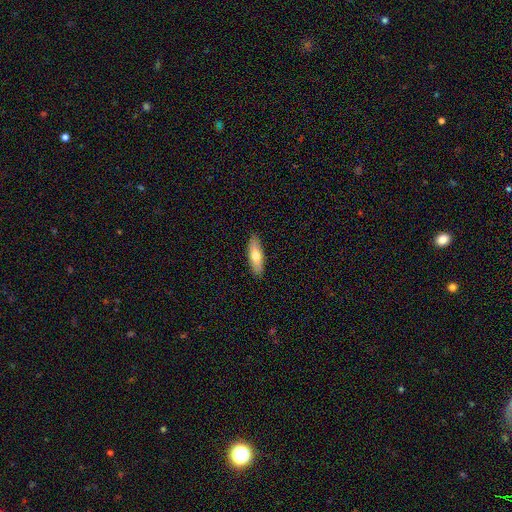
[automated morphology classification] This is likely a smooth galaxy (68%). How rounded: possibly in between (54%). Merging: clearly none (89%).